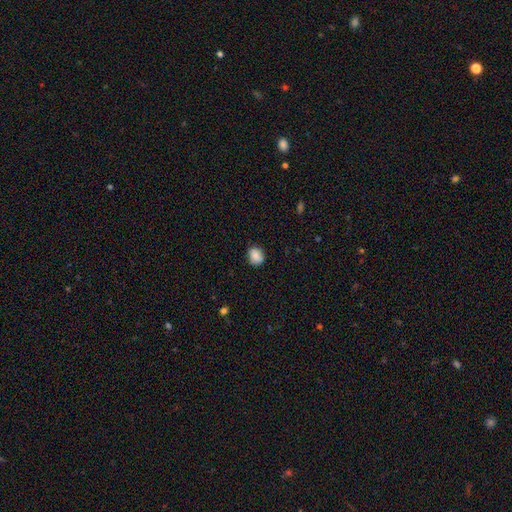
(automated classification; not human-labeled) A smooth galaxy with no disk features (86%) that is round (55%). Merging: none (80%).